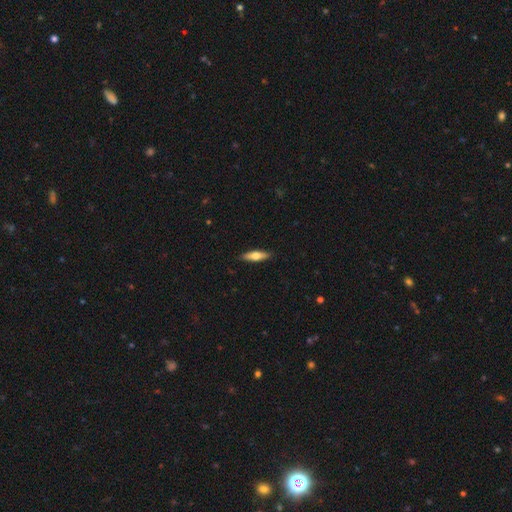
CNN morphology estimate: A smooth galaxy with no disk features (60%) that is cigar-shaped (63%).

Vote fractions:
- Smooth or featured? smooth: 60% / featured or disk: 35% / star or artifact: 6%
- How rounded? cigar-shaped: 63% / in between: 34% / round: 2%
- Merging? none: 89% / minor disturbance: 8% / major disturbance: 2% / merger: 1%